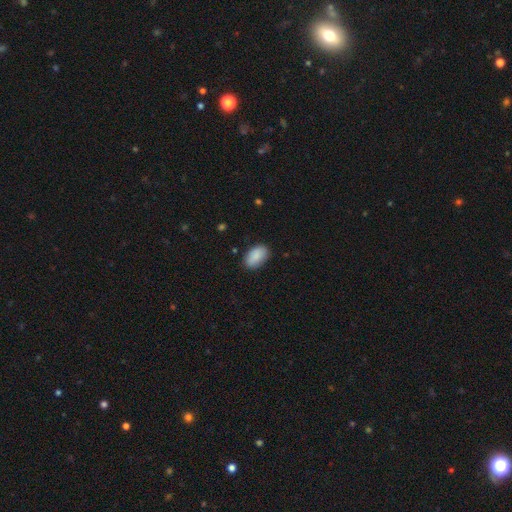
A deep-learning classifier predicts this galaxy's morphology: Smooth or featured: smooth — 89% (star or artifact — 7%)
How rounded: in between — 92% (round — 6%)
Merging: none — 83% (minor disturbance — 13%)